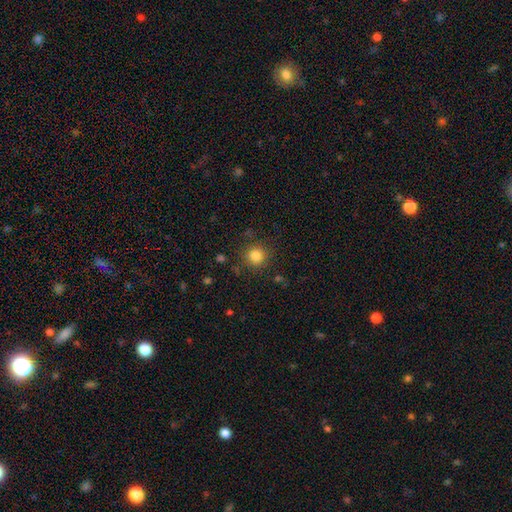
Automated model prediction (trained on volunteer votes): Smooth or featured?
  - smooth: 83% *
  - star or artifact: 12%
  - featured or disk: 5%
How rounded?
  - round: 93% *
  - in between: 6%
  - cigar-shaped: 1%
Merging?
  - none: 86% *
  - minor disturbance: 9%
  - major disturbance: 3%
  - merger: 2%